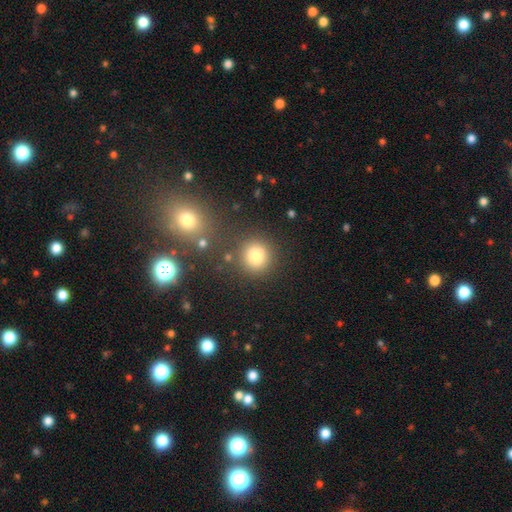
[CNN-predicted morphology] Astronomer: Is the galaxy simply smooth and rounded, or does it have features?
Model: smooth — 80%.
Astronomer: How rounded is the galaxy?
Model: round — 91%.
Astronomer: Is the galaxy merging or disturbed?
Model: none — 81%.